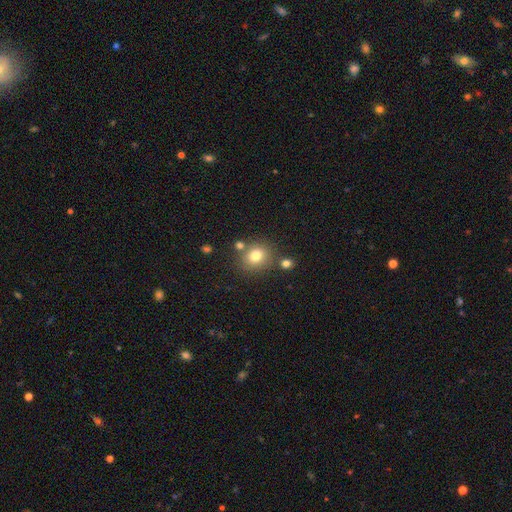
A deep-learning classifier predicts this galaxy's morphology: A smooth galaxy with no disk features (77%) that is round (78%). Merging: none (74%).